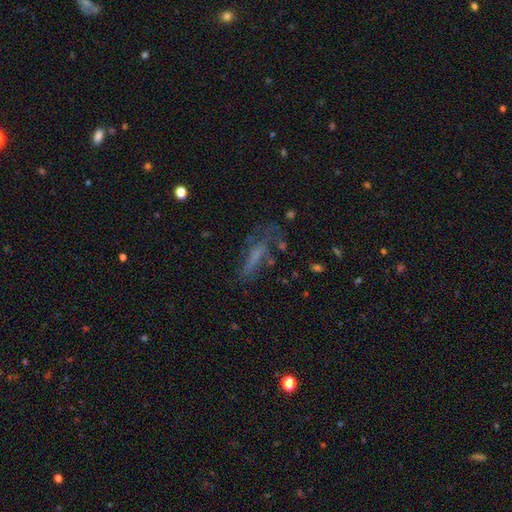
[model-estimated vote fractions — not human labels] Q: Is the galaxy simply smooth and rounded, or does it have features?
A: featured or disk — 42%.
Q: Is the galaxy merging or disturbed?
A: none — 46%.